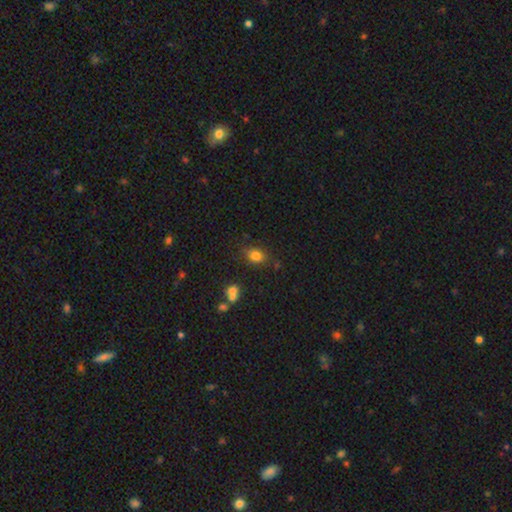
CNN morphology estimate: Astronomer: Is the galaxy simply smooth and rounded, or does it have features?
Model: smooth — 80%.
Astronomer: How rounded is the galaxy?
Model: in between — 57% (runner-up: round, 42%).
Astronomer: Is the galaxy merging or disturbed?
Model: none — 76%.